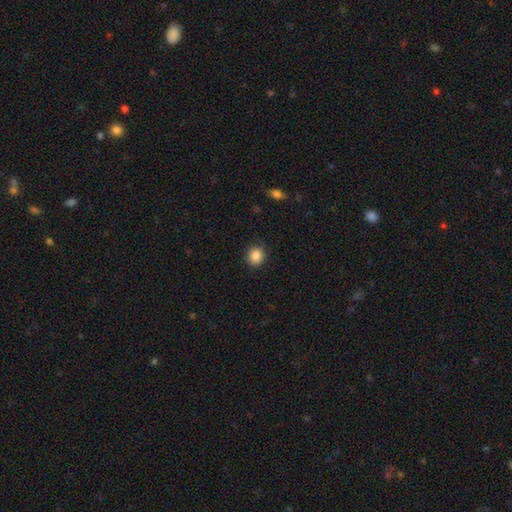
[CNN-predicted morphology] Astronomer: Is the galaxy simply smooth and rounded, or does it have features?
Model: smooth — 87%.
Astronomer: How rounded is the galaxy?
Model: round — 75%.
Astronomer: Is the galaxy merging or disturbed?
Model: none — 88%.